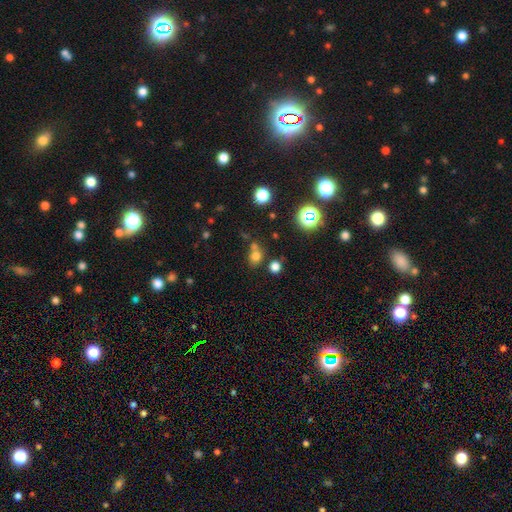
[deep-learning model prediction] smooth 71%, star or artifact 20%, featured or disk 8%. Down the decision tree: how rounded — round (68%); merging — none (53%).